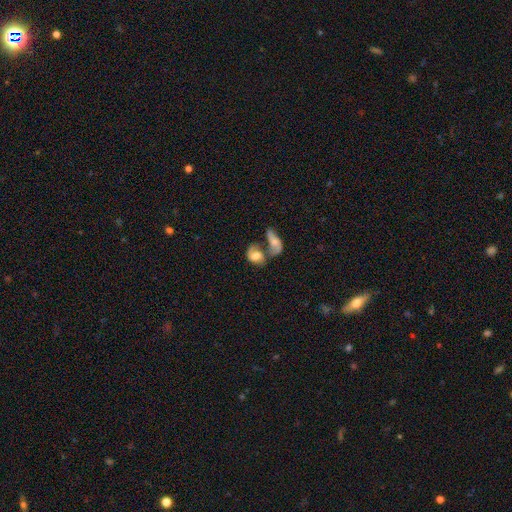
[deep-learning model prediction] Smooth or featured?
  - smooth: 54% *
  - featured or disk: 38%
  - star or artifact: 9%
How rounded?
  - in between: 72% *
  - round: 25%
  - cigar-shaped: 3%
Merging?
  - merger: 67% *
  - none: 14%
  - major disturbance: 10%
  - minor disturbance: 8%